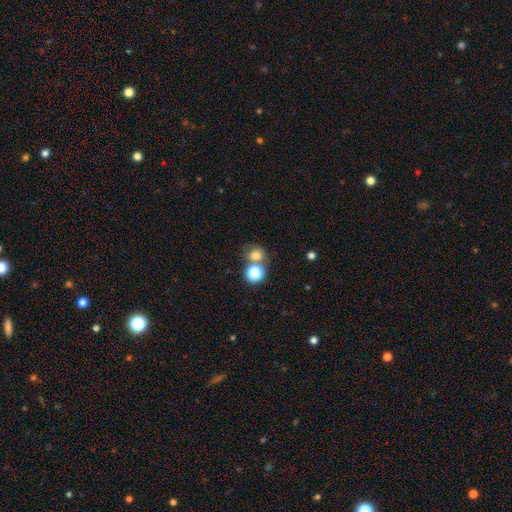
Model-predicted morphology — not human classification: A smooth galaxy with no disk features (73%) that is round (80%).

Vote fractions:
- Smooth or featured? smooth: 73% / star or artifact: 18% / featured or disk: 10%
- How rounded? round: 80% / in between: 19% / cigar-shaped: 1%
- Merging? none: 54% / merger: 32% / minor disturbance: 10% / major disturbance: 5%